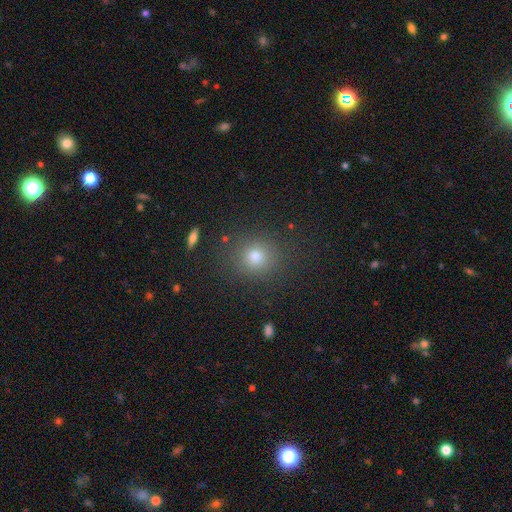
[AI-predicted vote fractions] Morphology: type=smooth (75%); roundness=round (84%); merging=none (85%).